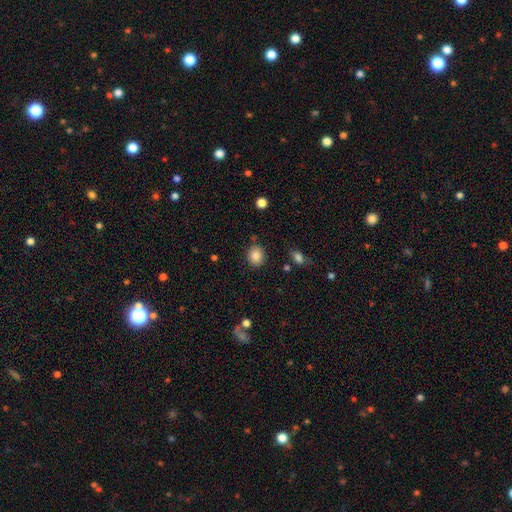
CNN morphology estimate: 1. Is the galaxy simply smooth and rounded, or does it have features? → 85% smooth, 10% star or artifact, 5% featured or disk.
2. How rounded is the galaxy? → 69% round, 30% in between, 1% cigar-shaped.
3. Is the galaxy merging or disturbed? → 83% none, 10% minor disturbance, 3% merger, 3% major disturbance.